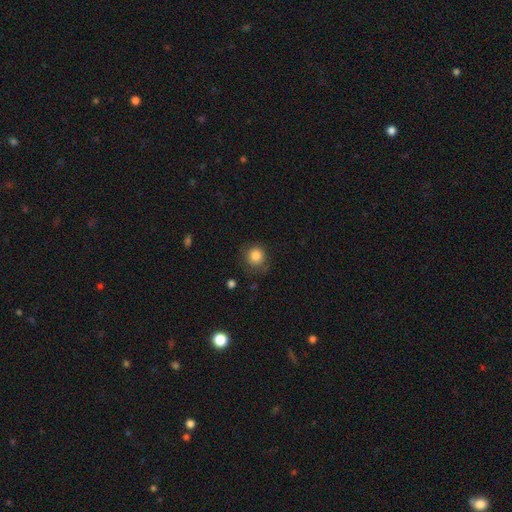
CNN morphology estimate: smooth_or_featured: smooth (p=0.84) [alt: star or artifact p=0.10]
how_rounded: round (p=0.88) [alt: in between p=0.11]
merging: none (p=0.74) [alt: minor disturbance p=0.18]